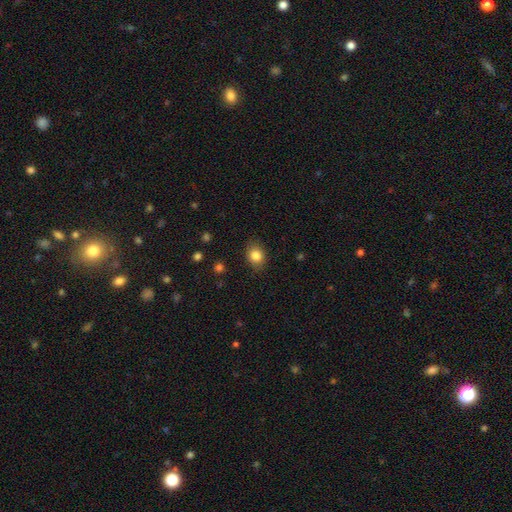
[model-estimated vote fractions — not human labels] Overall: smooth (84%). How rounded: in between (54%; round 45%). Merging: none (85%).